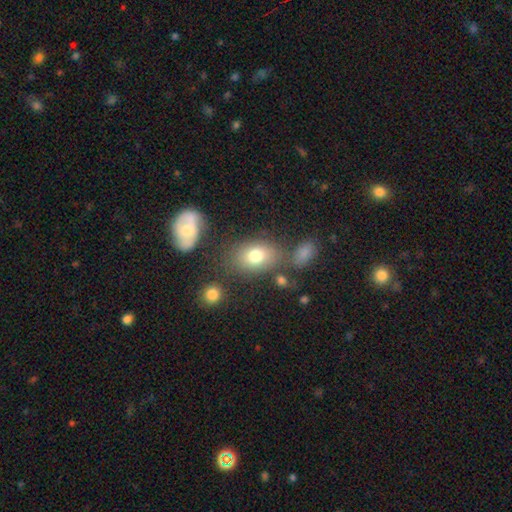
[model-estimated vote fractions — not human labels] The model was most divided on "merging": none: 65%, minor disturbance: 16%, merger: 11%, major disturbance: 7%. More confident: smooth or featured — smooth (77%); how rounded — in between (77%).